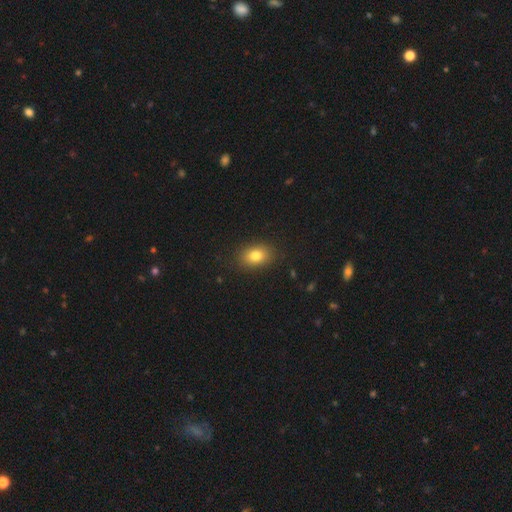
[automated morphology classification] Smooth or featured? Predicted: smooth (p=0.81). How rounded? Predicted: in between (p=0.76). Merging? Predicted: none (p=0.88).